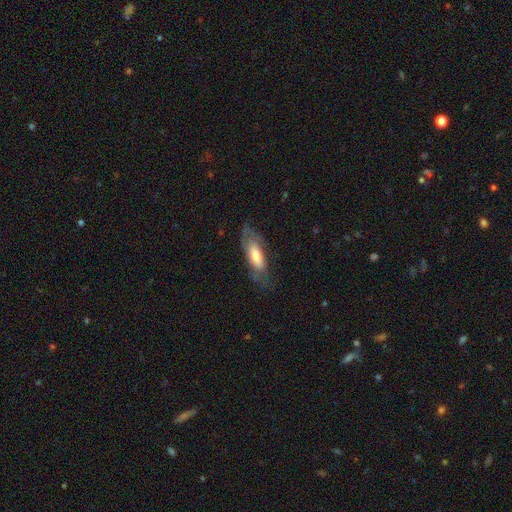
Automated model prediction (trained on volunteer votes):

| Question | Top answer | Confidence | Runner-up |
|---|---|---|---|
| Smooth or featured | smooth | 51% | featured or disk (43%) |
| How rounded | in between | 69% | cigar-shaped (29%) |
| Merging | none | 61% | minor disturbance (24%) |